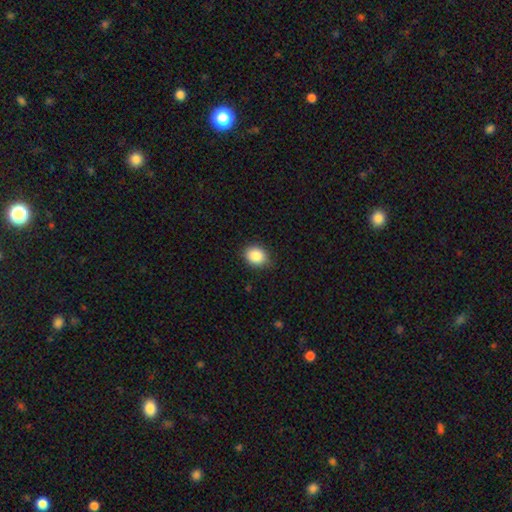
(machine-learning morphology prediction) The model was most divided on "how rounded": round: 52%, in between: 47%, cigar-shaped: 1%. More confident: smooth or featured — smooth (87%); merging — none (83%).